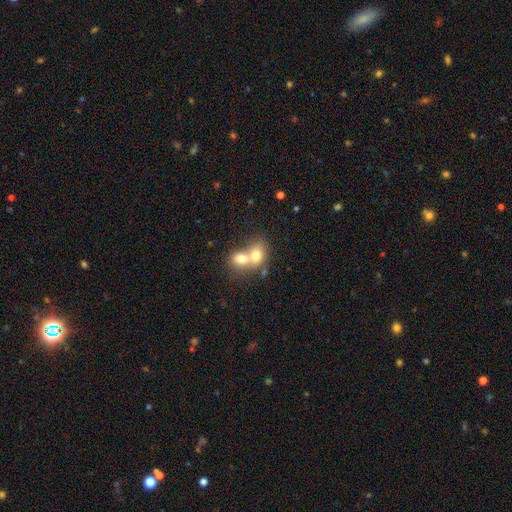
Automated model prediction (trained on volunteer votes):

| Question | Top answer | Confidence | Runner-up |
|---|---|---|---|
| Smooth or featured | smooth | 70% | featured or disk (21%) |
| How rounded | in between | 56% | round (43%) |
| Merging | merger | 74% | none (18%) |